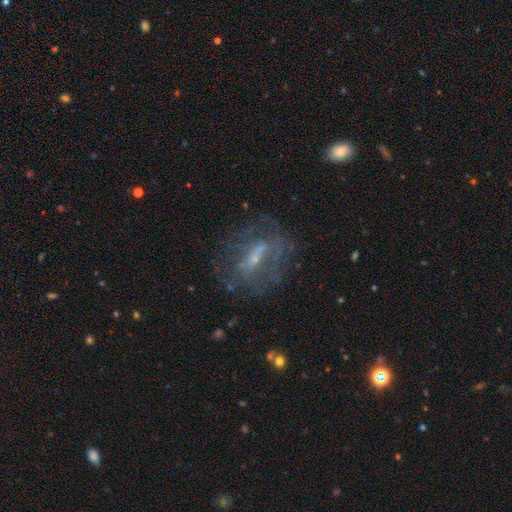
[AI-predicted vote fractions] Overall: featured or disk (68%). Edge-on disk: no (86%). Bar: weak (39%; strong 35%). Spiral arms: yes (51%; no 49%). Bulge size: small (56%; moderate 25%). Merging: none (63%).